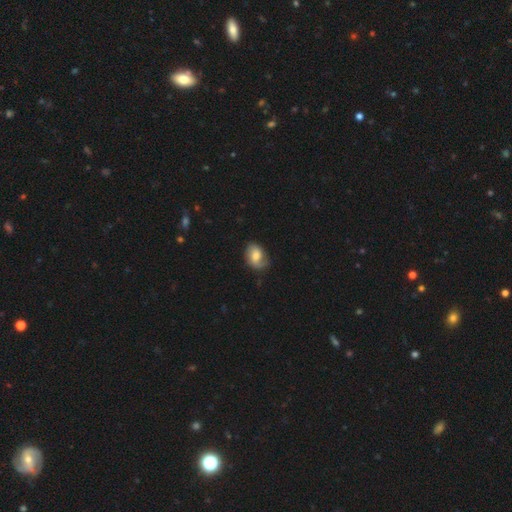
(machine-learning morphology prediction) smooth 51%, featured or disk 42%, star or artifact 7%. Down the decision tree: how rounded — in between (74%); merging — none (62%).